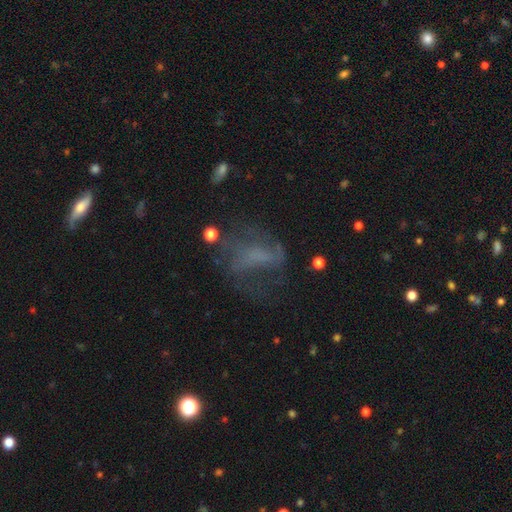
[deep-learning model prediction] The model was most divided on "merging": none: 45%, major disturbance: 32%, minor disturbance: 20%, merger: 4%. Remaining: smooth or featured — featured or disk (47%).